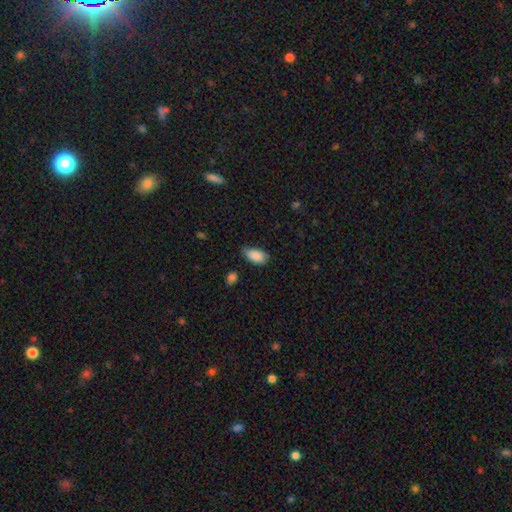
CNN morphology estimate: Q: Smooth or featured?
A: smooth (88%); runner-up: star or artifact (7%)
Q: How rounded?
A: in between (93%); runner-up: round (4%)
Q: Merging?
A: none (59%); runner-up: minor disturbance (34%)